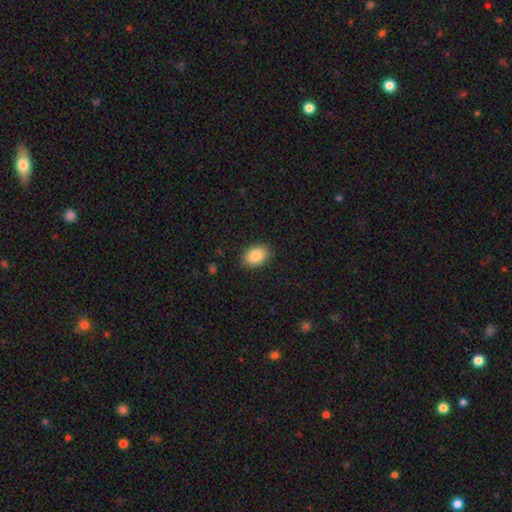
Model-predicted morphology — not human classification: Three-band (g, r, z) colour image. It shows a smooth galaxy with no disk features (85%) that is in between round and cigar-shaped (81%). Merging: none (89%).